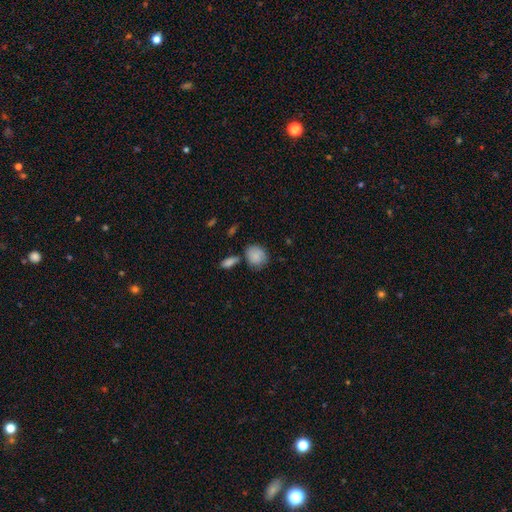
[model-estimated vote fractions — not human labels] smooth 85%, featured or disk 8%, star or artifact 7%. Down the decision tree: how rounded — round (68%); merging — none (65%).